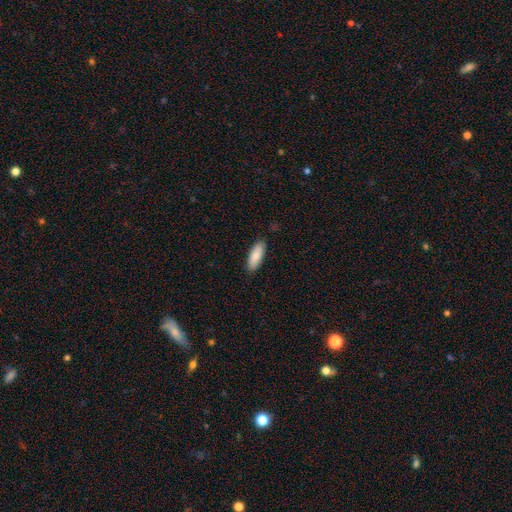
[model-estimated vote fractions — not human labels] Morphology: type=smooth (87%); roundness=in between (70%); merging=none (87%).